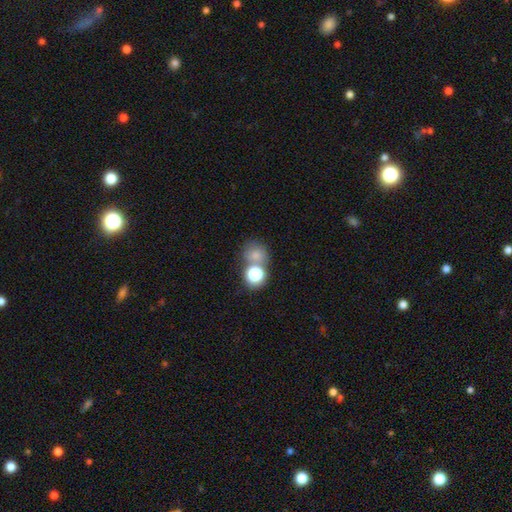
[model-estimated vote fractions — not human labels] Smooth or featured? Predicted: smooth (p=0.70). How rounded? Predicted: round (p=0.78). Merging? Predicted: none (p=0.51).